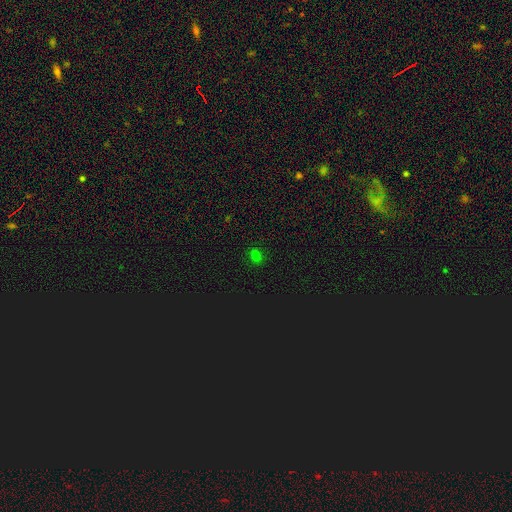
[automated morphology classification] A smooth galaxy with no disk features (71%) that is round (59%). Merging: none (88%).